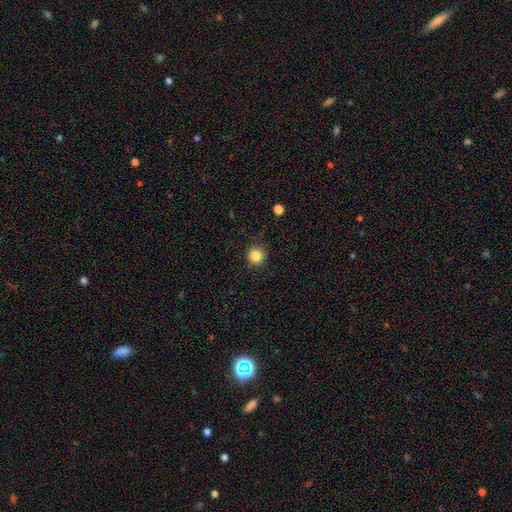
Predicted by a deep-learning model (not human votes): A smooth galaxy with no disk features (85%) that is round (91%).

Vote fractions:
- Smooth or featured? smooth: 85% / star or artifact: 11% / featured or disk: 5%
- How rounded? round: 91% / in between: 8% / cigar-shaped: 1%
- Merging? none: 89% / minor disturbance: 7% / major disturbance: 2% / merger: 1%